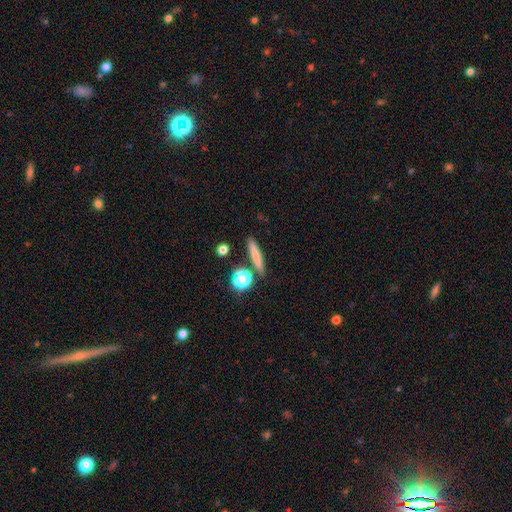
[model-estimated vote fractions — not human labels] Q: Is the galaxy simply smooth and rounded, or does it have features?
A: smooth — 71%.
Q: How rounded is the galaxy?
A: cigar-shaped — 79%.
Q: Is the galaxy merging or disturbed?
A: none — 83%.